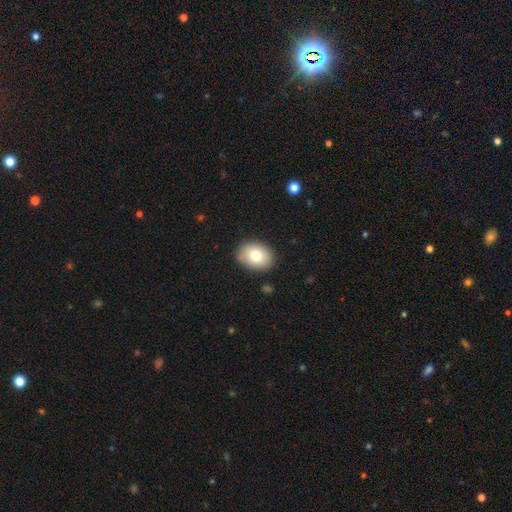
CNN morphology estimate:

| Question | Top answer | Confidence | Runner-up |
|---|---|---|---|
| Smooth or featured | smooth | 77% | featured or disk (14%) |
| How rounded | in between | 63% | round (37%) |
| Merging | none | 86% | minor disturbance (10%) |